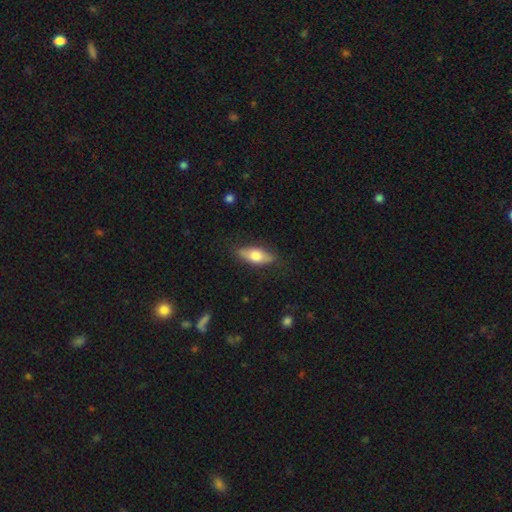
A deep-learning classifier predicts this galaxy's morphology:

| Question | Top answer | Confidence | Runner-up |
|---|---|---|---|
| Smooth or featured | smooth | 65% | featured or disk (30%) |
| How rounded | in between | 75% | cigar-shaped (22%) |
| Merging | none | 80% | minor disturbance (15%) |